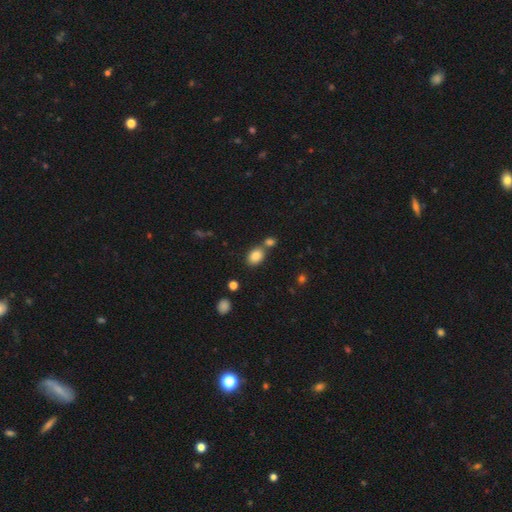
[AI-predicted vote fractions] Q: Smooth or featured?
A: smooth (84%); runner-up: star or artifact (9%)
Q: How rounded?
A: in between (74%); runner-up: round (24%)
Q: Merging?
A: none (60%); runner-up: merger (26%)